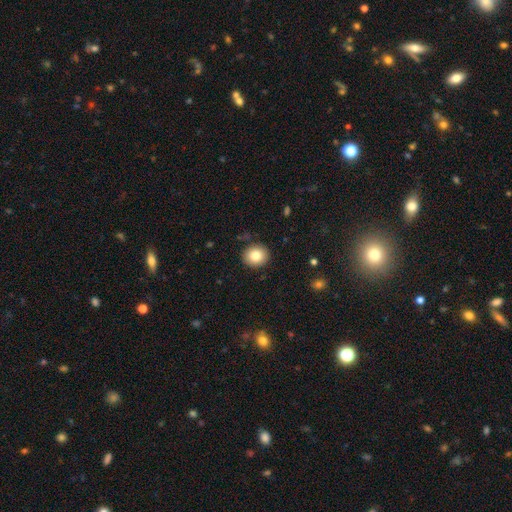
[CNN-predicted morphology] Smooth or featured? Predicted: smooth (p=0.81). How rounded? Predicted: round (p=0.85). Merging? Predicted: none (p=0.90).